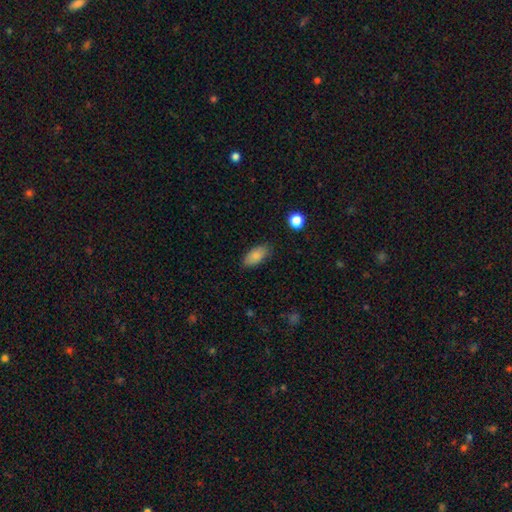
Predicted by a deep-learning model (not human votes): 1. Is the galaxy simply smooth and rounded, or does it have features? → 84% smooth, 9% featured or disk, 8% star or artifact.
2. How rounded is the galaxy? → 91% in between, 6% cigar-shaped, 4% round.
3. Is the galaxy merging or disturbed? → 82% none, 14% minor disturbance, 3% major disturbance, 1% merger.